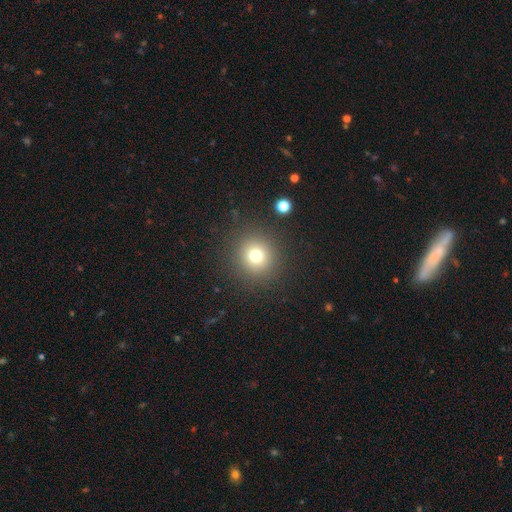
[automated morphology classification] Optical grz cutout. It shows a smooth galaxy with no disk features (74%) that is round (93%). Merging: none (88%).